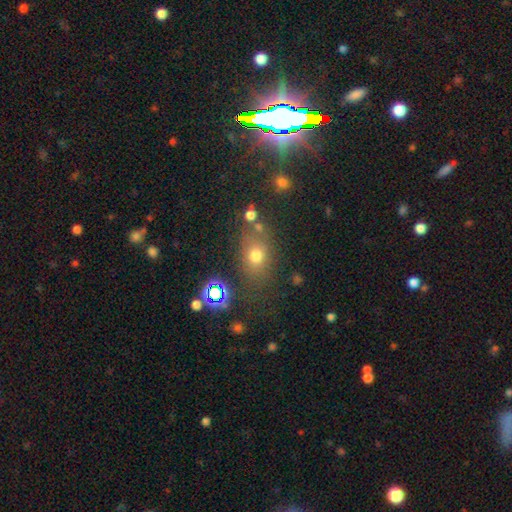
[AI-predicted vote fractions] smooth-or-featured: smooth: 66% | star or artifact: 22% | featured or disk: 12%
  how-rounded: in between: 54% | round: 43% | cigar-shaped: 2%
  merging: none: 70% | minor disturbance: 15% | merger: 9% | major disturbance: 7%